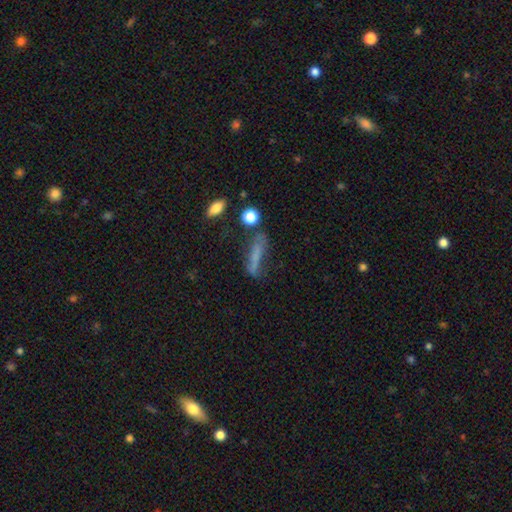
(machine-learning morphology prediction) Overall: smooth (55%; featured or disk 30%). How rounded: cigar-shaped (74%). Merging: none (47%; minor disturbance 26%).